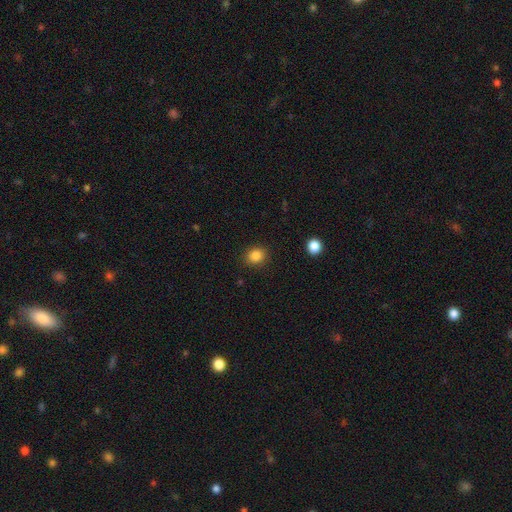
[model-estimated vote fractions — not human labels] Smooth or featured?
  - smooth: 85% *
  - star or artifact: 11%
  - featured or disk: 4%
How rounded?
  - round: 69% *
  - in between: 30%
  - cigar-shaped: 1%
Merging?
  - none: 88% *
  - minor disturbance: 8%
  - major disturbance: 3%
  - merger: 1%